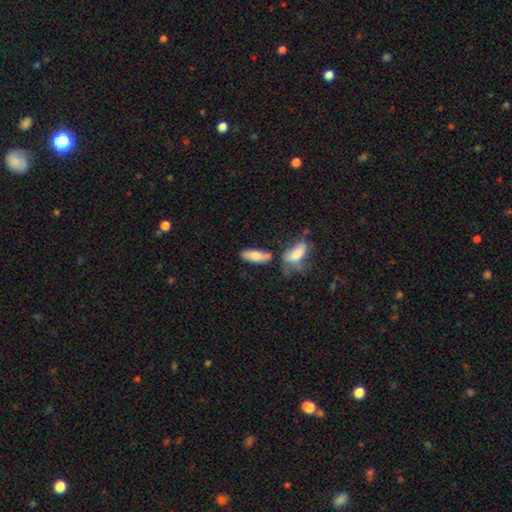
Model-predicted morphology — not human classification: This appears to be a smooth galaxy with no disk features (75%) that is in between round and cigar-shaped (74%). Merging: none (61%).